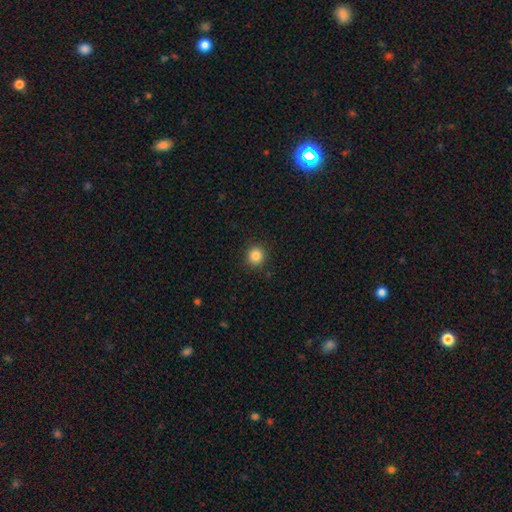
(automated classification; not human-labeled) Q: Smooth or featured?
A: smooth (85%); runner-up: star or artifact (11%)
Q: How rounded?
A: round (91%); runner-up: in between (8%)
Q: Merging?
A: none (90%); runner-up: minor disturbance (6%)